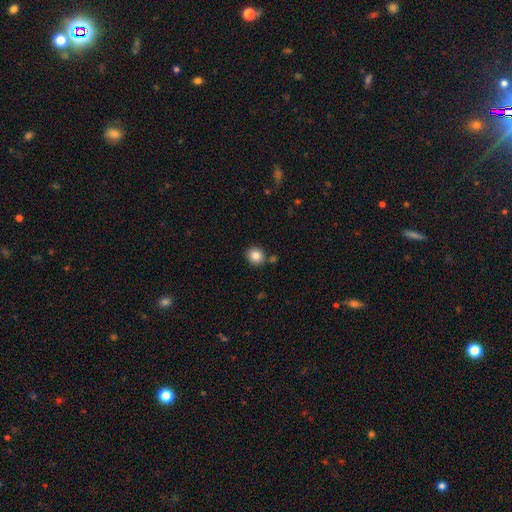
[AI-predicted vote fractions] A smooth galaxy with no disk features (86%) that is round (80%). Merging: none (82%).